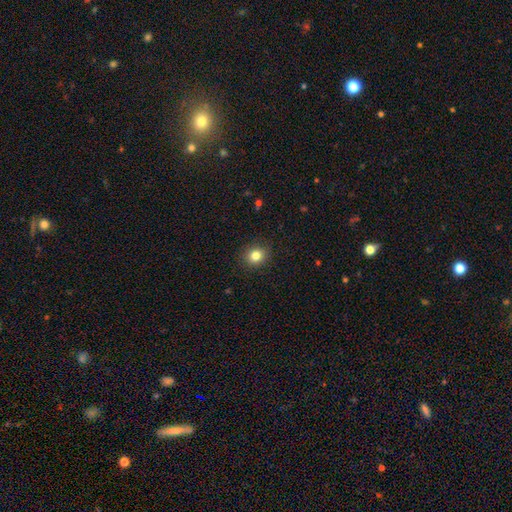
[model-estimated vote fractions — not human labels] smooth-or-featured: smooth: 83% | star or artifact: 11% | featured or disk: 6%
  how-rounded: round: 74% | in between: 25% | cigar-shaped: 1%
  merging: none: 90% | minor disturbance: 7% | major disturbance: 2% | merger: 1%